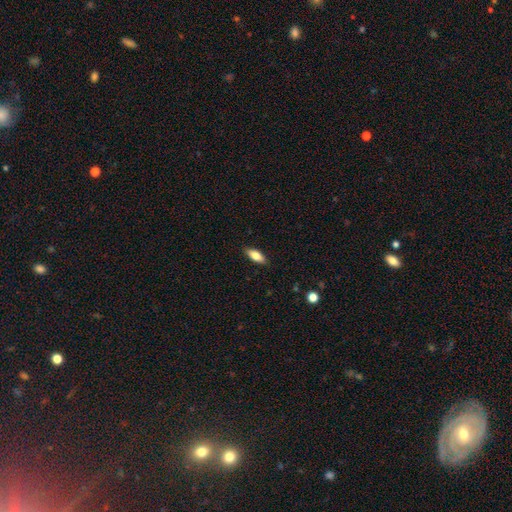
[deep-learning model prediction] Q: Smooth or featured?
A: smooth (76%); runner-up: featured or disk (17%)
Q: How rounded?
A: in between (76%); runner-up: cigar-shaped (21%)
Q: Merging?
A: none (88%); runner-up: minor disturbance (9%)